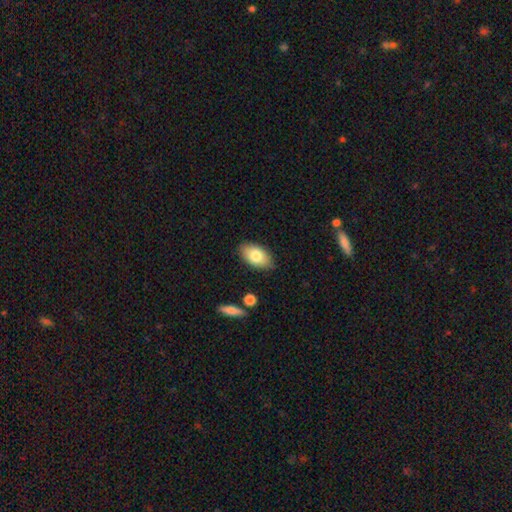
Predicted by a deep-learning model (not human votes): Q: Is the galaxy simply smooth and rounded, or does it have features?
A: smooth — 78%.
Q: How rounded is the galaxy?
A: in between — 93%.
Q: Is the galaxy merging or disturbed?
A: none — 84%.